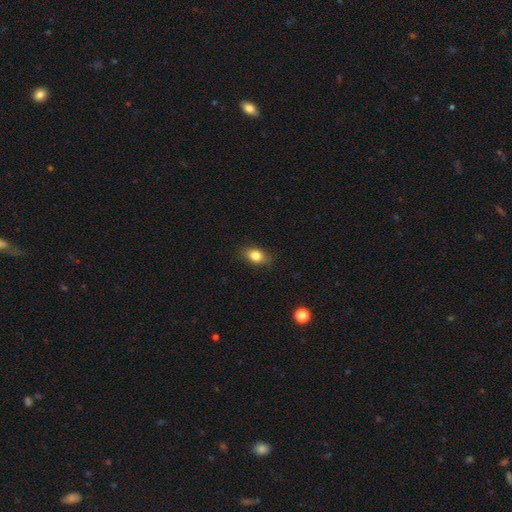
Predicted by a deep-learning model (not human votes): A smooth galaxy with no disk features (82%) that is in between round and cigar-shaped (80%). Merging: none (85%).